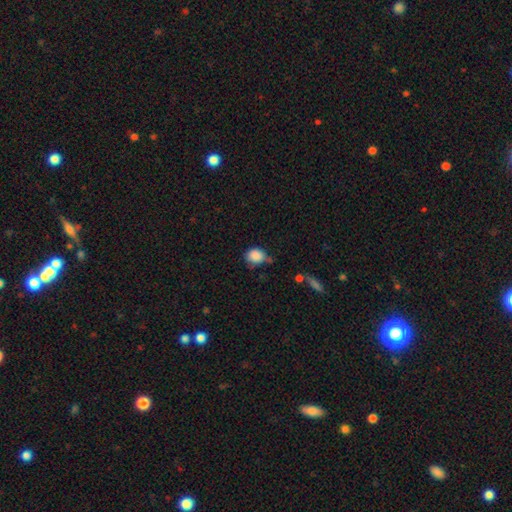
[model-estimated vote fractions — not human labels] Morphology: type=smooth (86%); roundness=round (65%); merging=none (48%).